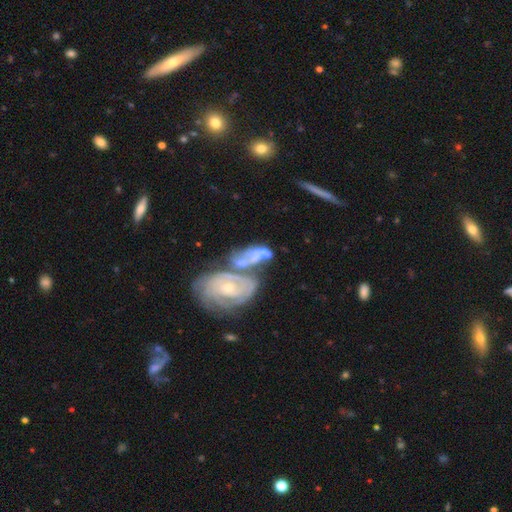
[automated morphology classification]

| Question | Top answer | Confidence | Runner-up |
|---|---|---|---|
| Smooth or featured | featured or disk | 75% | smooth (16%) |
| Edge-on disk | no | 93% | yes (7%) |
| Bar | no | 68% | weak (23%) |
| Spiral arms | yes | 84% | no (16%) |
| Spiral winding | tight | 63% | medium (27%) |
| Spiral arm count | can't tell | 42% | 2 (27%) |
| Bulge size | small | 59% | moderate (33%) |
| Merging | merger | 56% | none (23%) |